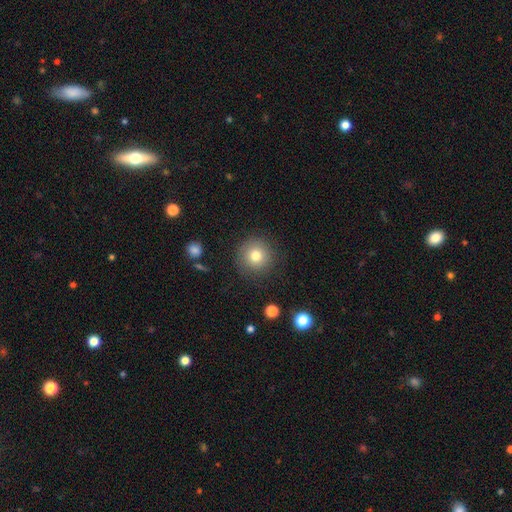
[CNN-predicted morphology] Smooth or featured? Predicted: smooth (p=0.77). How rounded? Predicted: round (p=0.94). Merging? Predicted: none (p=0.86).